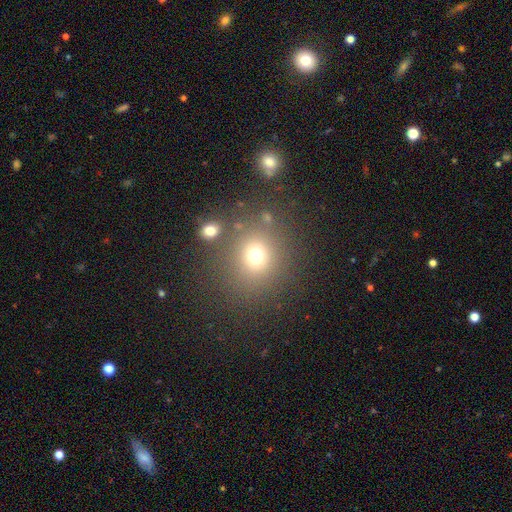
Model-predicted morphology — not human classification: The model was most divided on "smooth or featured": smooth: 71%, star or artifact: 20%, featured or disk: 10%. More confident: how rounded — round (83%); merging — none (76%).